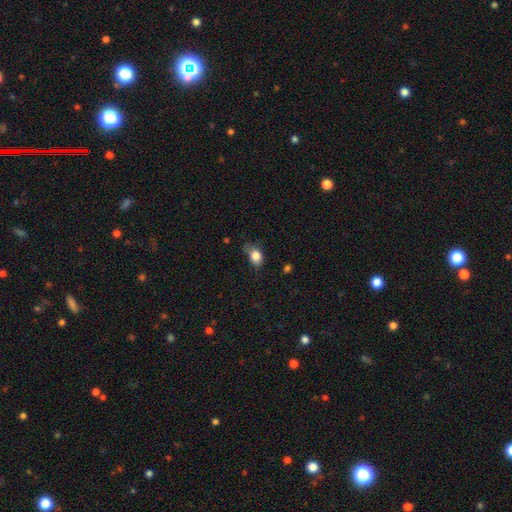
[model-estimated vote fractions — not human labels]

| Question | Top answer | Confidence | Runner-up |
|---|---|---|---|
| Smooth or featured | smooth | 82% | star or artifact (9%) |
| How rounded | in between | 67% | round (32%) |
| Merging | none | 44% | minor disturbance (39%) |